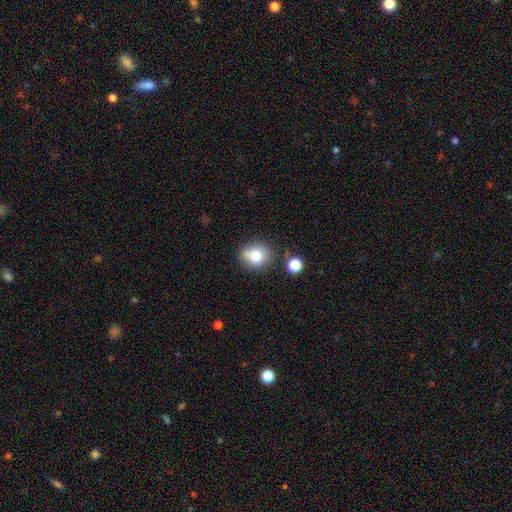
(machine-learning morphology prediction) Overall: smooth (76%). How rounded: round (70%). Merging: none (69%).